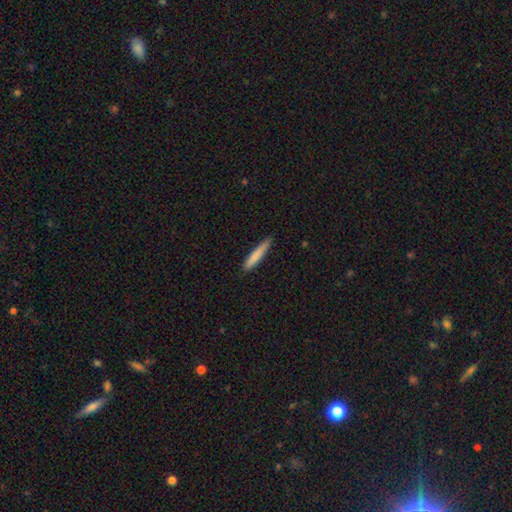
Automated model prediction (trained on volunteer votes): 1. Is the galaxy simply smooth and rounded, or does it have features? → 81% smooth, 13% featured or disk, 6% star or artifact.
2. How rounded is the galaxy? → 93% cigar-shaped, 6% in between, 1% round.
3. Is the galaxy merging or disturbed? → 85% none, 12% minor disturbance, 2% major disturbance, 1% merger.